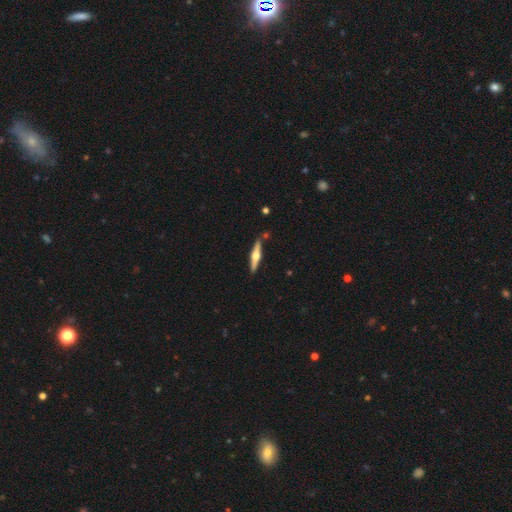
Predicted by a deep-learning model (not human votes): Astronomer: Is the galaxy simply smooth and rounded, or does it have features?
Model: featured or disk — 71%.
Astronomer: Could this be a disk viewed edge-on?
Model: yes — 98%.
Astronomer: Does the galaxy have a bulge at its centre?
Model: rounded — 93%.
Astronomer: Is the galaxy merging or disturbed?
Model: none — 86%.